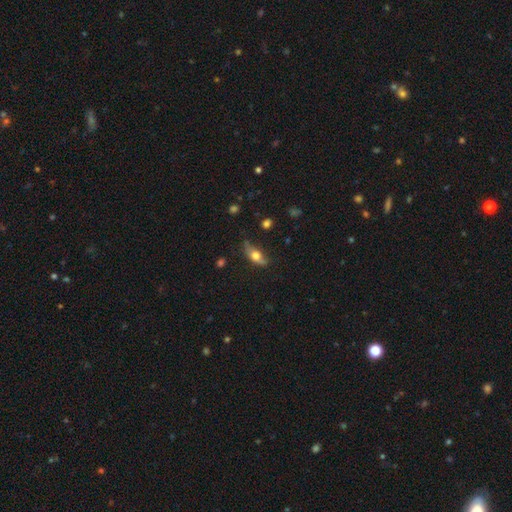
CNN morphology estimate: Overall: smooth (56%; featured or disk 36%). How rounded: in between (68%). Merging: none (58%; minor disturbance 29%).